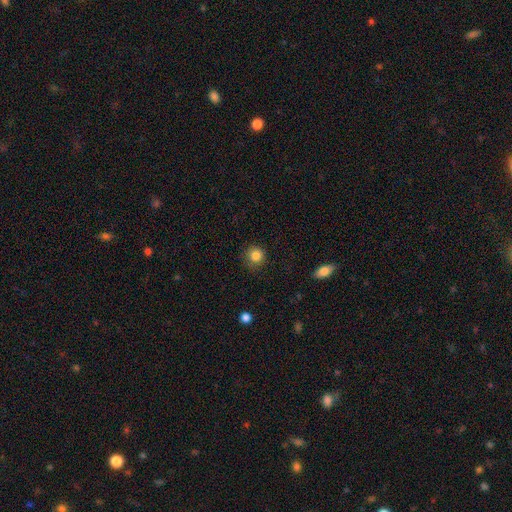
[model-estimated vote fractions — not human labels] Smooth or featured: smooth — 85% (star or artifact — 10%)
How rounded: round — 92% (in between — 8%)
Merging: none — 84% (minor disturbance — 12%)